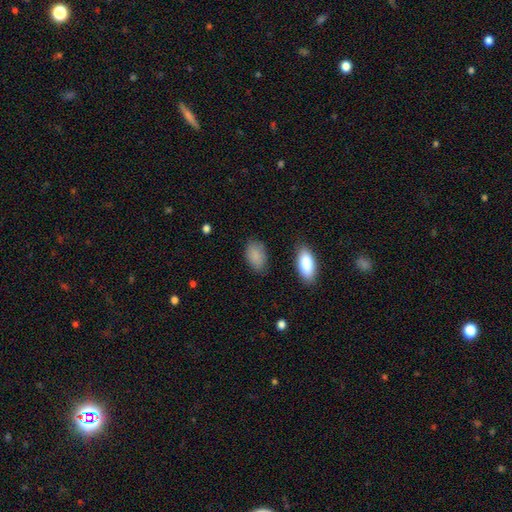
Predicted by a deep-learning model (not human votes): Overall: smooth (87%). How rounded: in between (91%). Merging: none (79%).